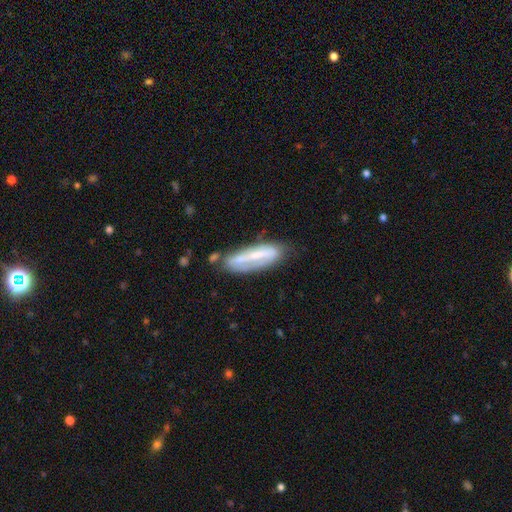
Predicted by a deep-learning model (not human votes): Smooth or featured?
  - featured or disk: 56% *
  - smooth: 36%
  - star or artifact: 7%
Edge-on disk?
  - no: 69% *
  - yes: 31%
Merging?
  - none: 61% *
  - minor disturbance: 23%
  - major disturbance: 9%
  - merger: 6%